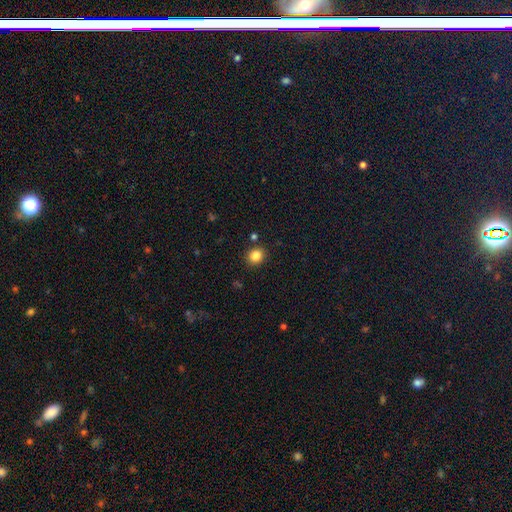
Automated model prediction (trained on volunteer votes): Smooth or featured? Predicted: smooth (p=0.84). How rounded? Predicted: round (p=0.76). Merging? Predicted: none (p=0.88).